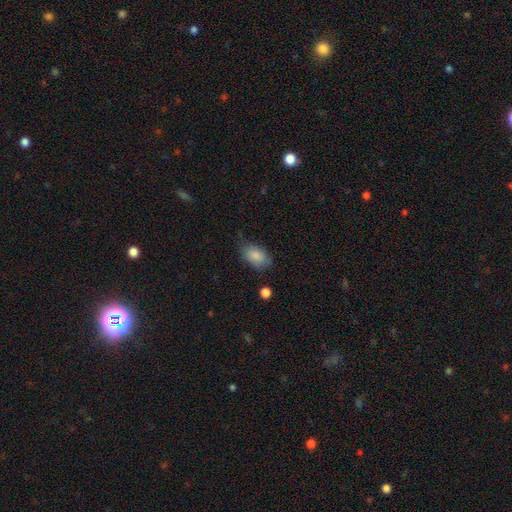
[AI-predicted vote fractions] Smooth or featured? Predicted: smooth (p=0.86). How rounded? Predicted: in between (p=0.89). Merging? Predicted: none (p=0.71).